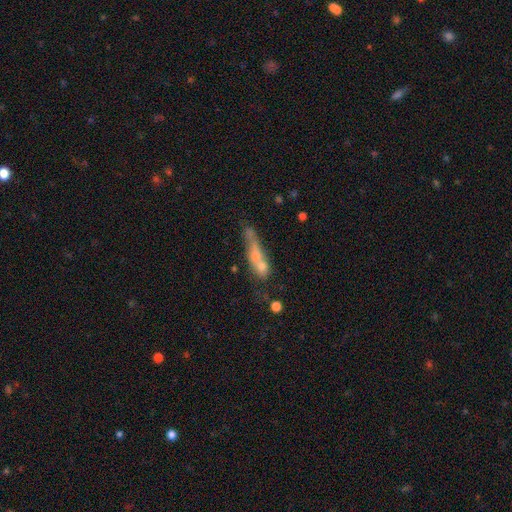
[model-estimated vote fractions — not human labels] The model was most divided on "merging": merger: 34%, none: 31%, major disturbance: 18%, minor disturbance: 17%. Remaining: smooth or featured — smooth (47%).